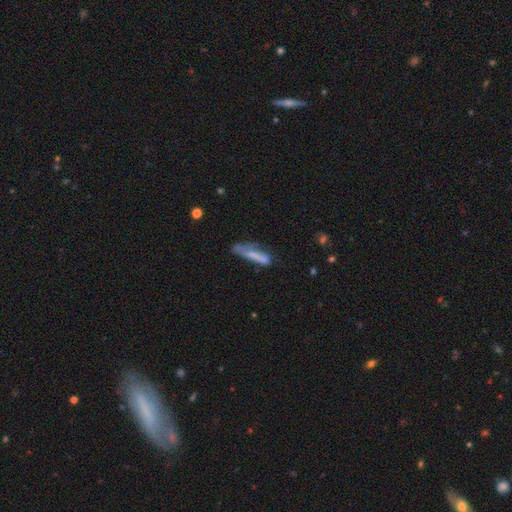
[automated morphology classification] Smooth or featured? Predicted: smooth (p=0.57). How rounded? Predicted: cigar-shaped (p=0.74). Merging? Predicted: none (p=0.37).